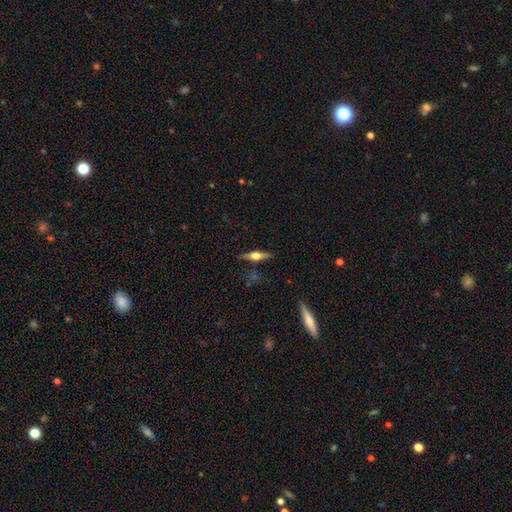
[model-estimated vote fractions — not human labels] A featured or disk galaxy (69%) viewed edge-on (97%) with a rounded central bulge (93%). Merging: none (85%).